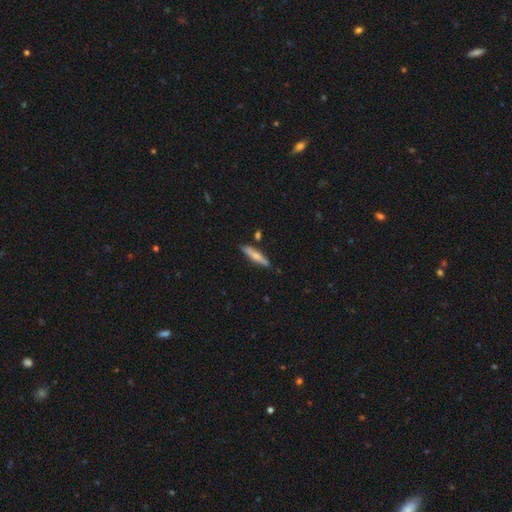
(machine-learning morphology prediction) Smooth or featured?
  - smooth: 64% *
  - featured or disk: 31%
  - star or artifact: 6%
How rounded?
  - cigar-shaped: 86% *
  - in between: 12%
  - round: 2%
Merging?
  - none: 82% *
  - minor disturbance: 11%
  - merger: 4%
  - major disturbance: 2%